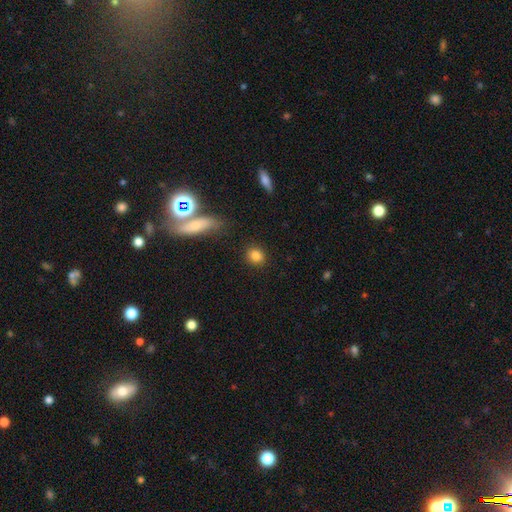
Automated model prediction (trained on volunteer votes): Morphology: type=smooth (84%); roundness=round (74%); merging=none (87%).